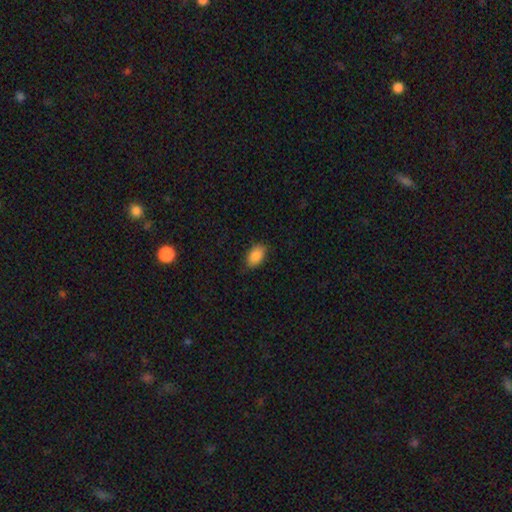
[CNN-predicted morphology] This is clearly a smooth galaxy (88%). How rounded: clearly in between (93%). Merging: clearly none (84%).